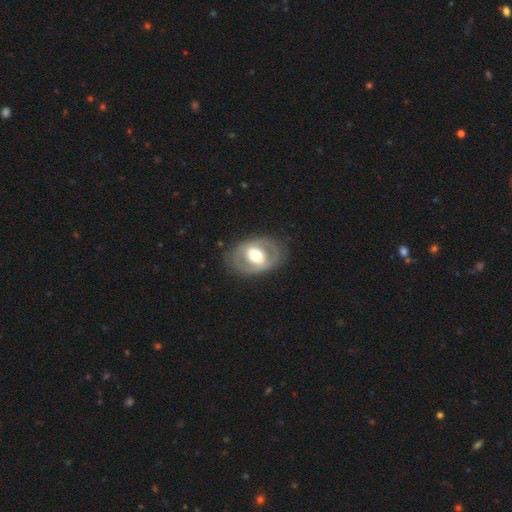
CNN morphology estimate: A featured or disk galaxy (62%) with no bar (40%), no spiral arms (70%) and a moderate central bulge (62%). Merging: none (77%).